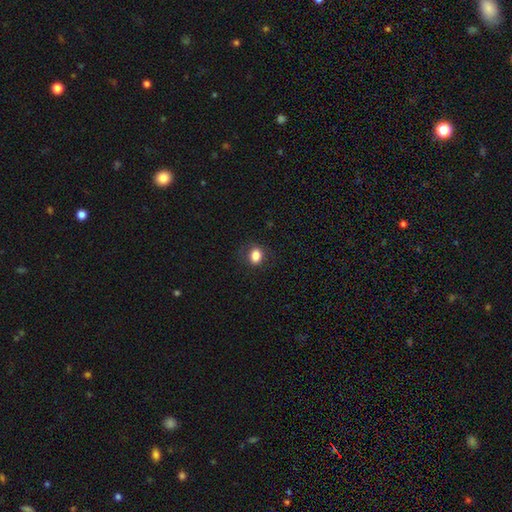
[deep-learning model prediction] Smooth or featured? smooth (84%)
How rounded? in between (53%)
Merging? none (81%)